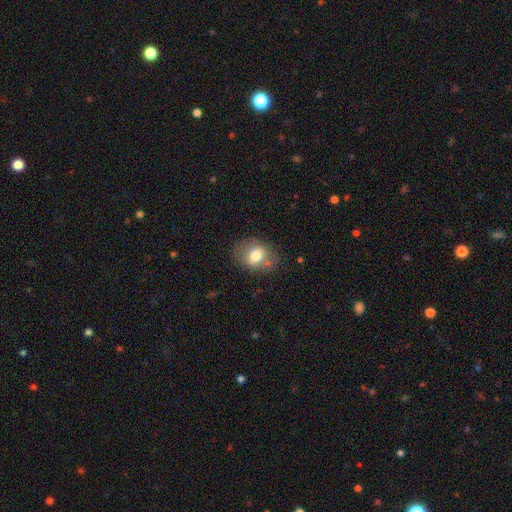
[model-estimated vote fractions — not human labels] A smooth galaxy with no disk features (71%) that is in between round and cigar-shaped (65%). Merging: none (71%).